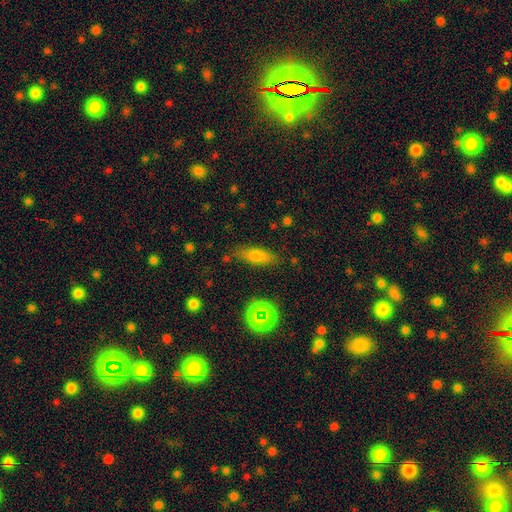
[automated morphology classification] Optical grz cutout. It shows a smooth galaxy with no disk features (70%) that is in between round and cigar-shaped (61%). Merging: none (76%).